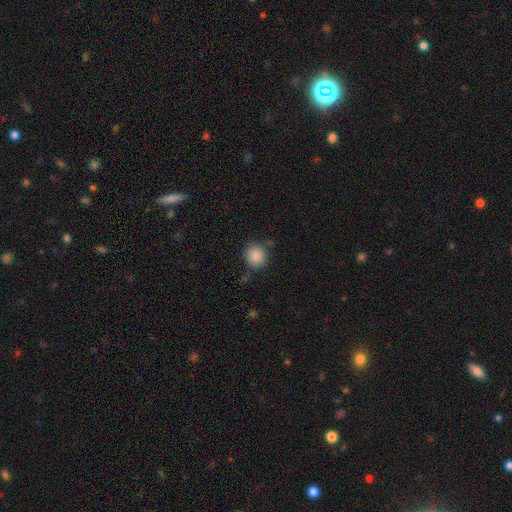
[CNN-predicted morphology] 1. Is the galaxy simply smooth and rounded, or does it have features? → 87% smooth, 9% star or artifact, 4% featured or disk.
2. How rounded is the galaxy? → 89% round, 10% in between, 1% cigar-shaped.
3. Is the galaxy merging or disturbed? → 79% none, 14% minor disturbance, 4% major disturbance, 4% merger.